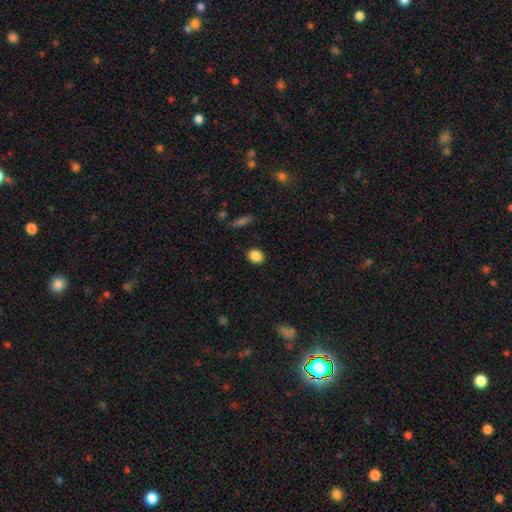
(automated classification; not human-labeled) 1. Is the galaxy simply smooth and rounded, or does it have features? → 87% smooth, 9% star or artifact, 4% featured or disk.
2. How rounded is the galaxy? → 60% round, 39% in between, 1% cigar-shaped.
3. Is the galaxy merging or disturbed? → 89% none, 7% minor disturbance, 2% major disturbance, 1% merger.